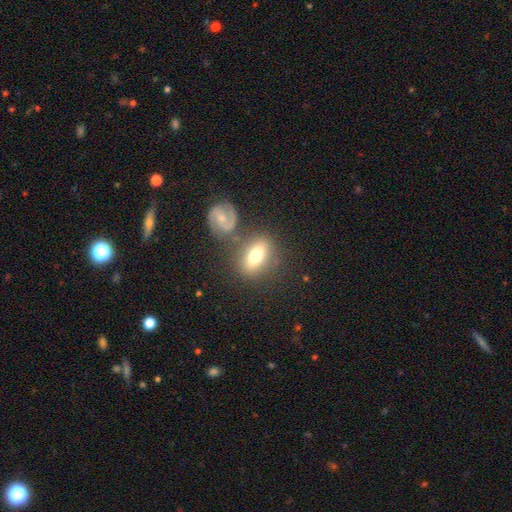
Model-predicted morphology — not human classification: The model was most divided on "smooth or featured": smooth: 61%, featured or disk: 31%, star or artifact: 7%. More confident: how rounded — in between (75%); merging — none (64%).